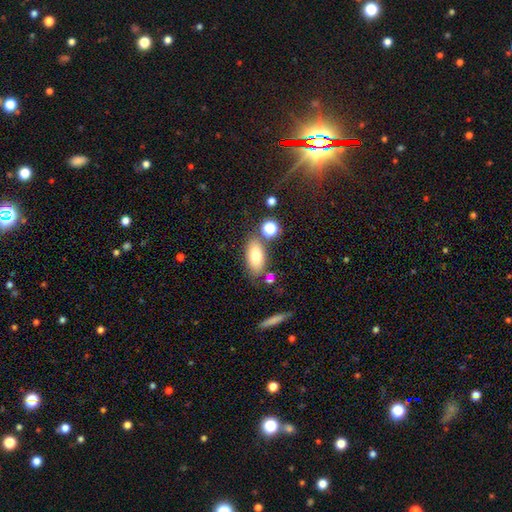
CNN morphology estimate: This appears to be a smooth galaxy with no disk features (76%) that is in between round and cigar-shaped (87%). Merging: none (70%).